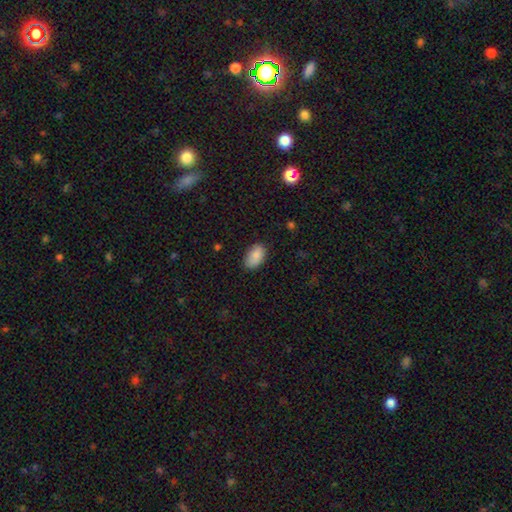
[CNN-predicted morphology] smooth-or-featured: smooth: 87% | star or artifact: 7% | featured or disk: 6%
  how-rounded: in between: 93% | round: 5% | cigar-shaped: 2%
  merging: none: 80% | minor disturbance: 16% | major disturbance: 3% | merger: 1%